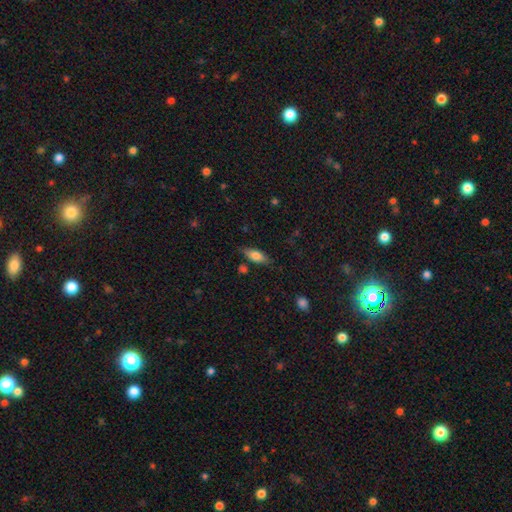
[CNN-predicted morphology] Overall: smooth (72%). How rounded: in between (72%). Merging: none (78%).